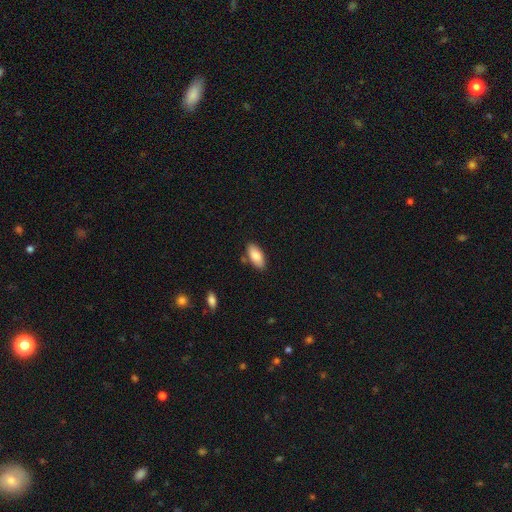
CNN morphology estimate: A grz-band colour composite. It shows a smooth galaxy with no disk features (84%) that is in between round and cigar-shaped (89%). Merging: none (82%).